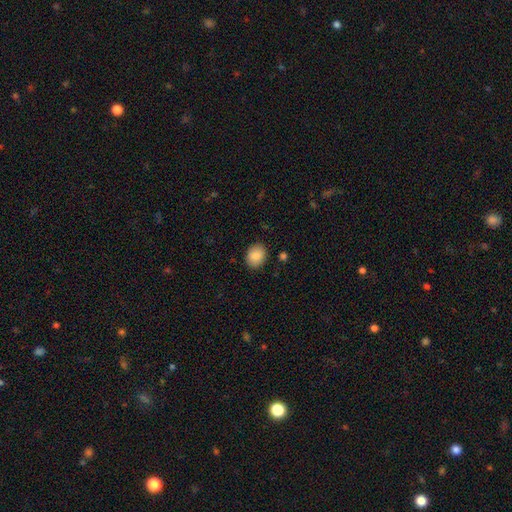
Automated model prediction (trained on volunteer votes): smooth_or_featured: smooth (p=0.88) [alt: star or artifact p=0.08]
how_rounded: in between (p=0.50) [alt: round p=0.49]
merging: none (p=0.88) [alt: minor disturbance p=0.09]